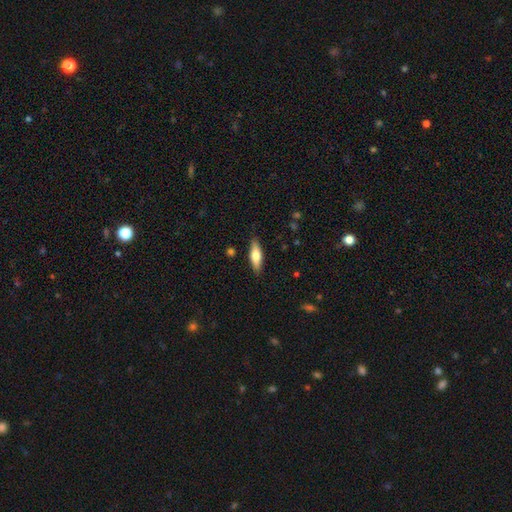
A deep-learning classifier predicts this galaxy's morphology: Smooth or featured? Predicted: smooth (p=0.66). How rounded? Predicted: in between (p=0.50). Merging? Predicted: none (p=0.86).